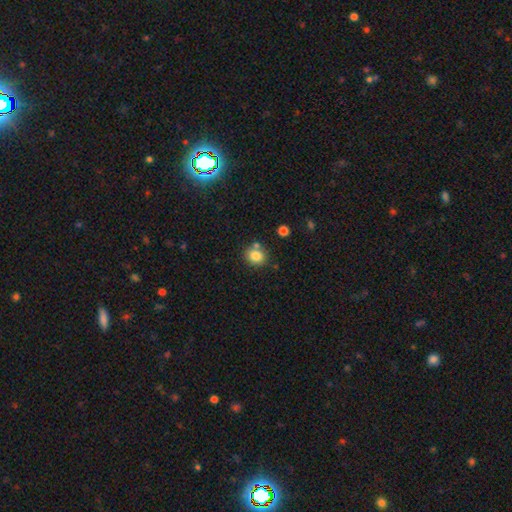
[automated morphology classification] Overall: smooth (82%). How rounded: round (78%). Merging: none (72%).